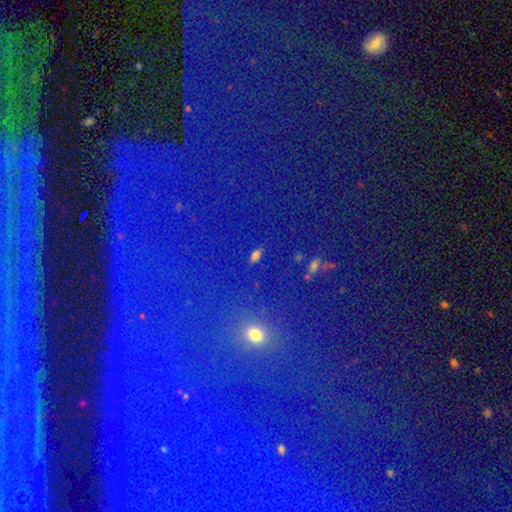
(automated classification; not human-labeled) Smooth or featured?
  - smooth: 62% *
  - star or artifact: 26%
  - featured or disk: 11%
How rounded?
  - in between: 72% *
  - cigar-shaped: 14%
  - round: 13%
Merging?
  - none: 84% *
  - minor disturbance: 8%
  - merger: 4%
  - major disturbance: 4%